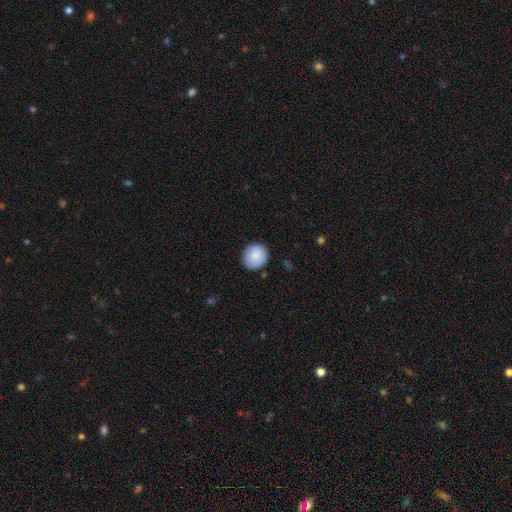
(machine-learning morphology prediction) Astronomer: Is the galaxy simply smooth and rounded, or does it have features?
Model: smooth — 87%.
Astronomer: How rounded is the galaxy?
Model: round — 83%.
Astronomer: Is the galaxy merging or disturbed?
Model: none — 86%.